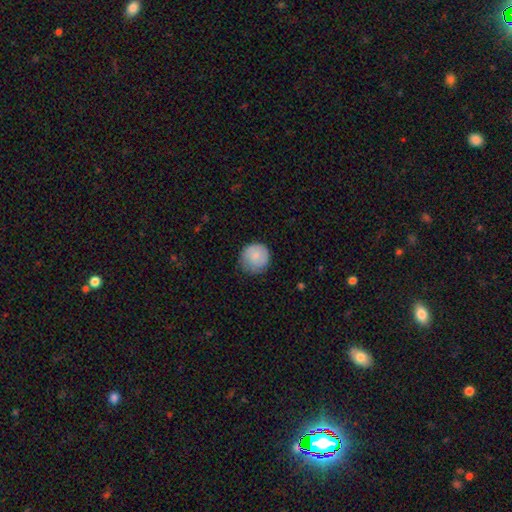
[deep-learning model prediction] A smooth galaxy with no disk features (79%) that is round (90%). Merging: none (70%).